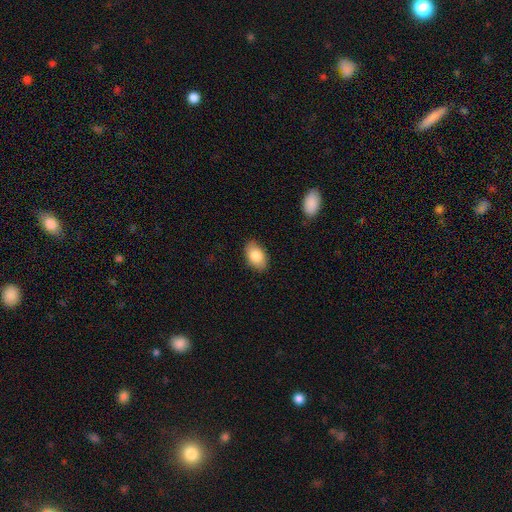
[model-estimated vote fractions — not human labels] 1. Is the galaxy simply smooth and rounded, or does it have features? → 83% smooth, 10% featured or disk, 7% star or artifact.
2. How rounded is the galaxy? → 91% in between, 8% round, 1% cigar-shaped.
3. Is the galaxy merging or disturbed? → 84% none, 12% minor disturbance, 2% major disturbance, 1% merger.